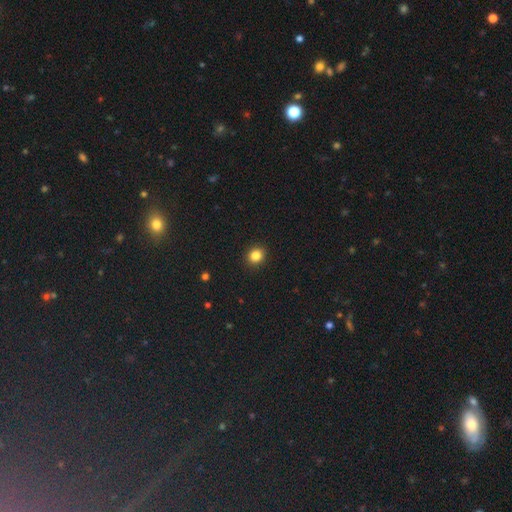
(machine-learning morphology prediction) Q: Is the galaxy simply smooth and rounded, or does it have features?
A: smooth — 84%.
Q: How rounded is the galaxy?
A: round — 77%.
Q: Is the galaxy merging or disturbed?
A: none — 92%.